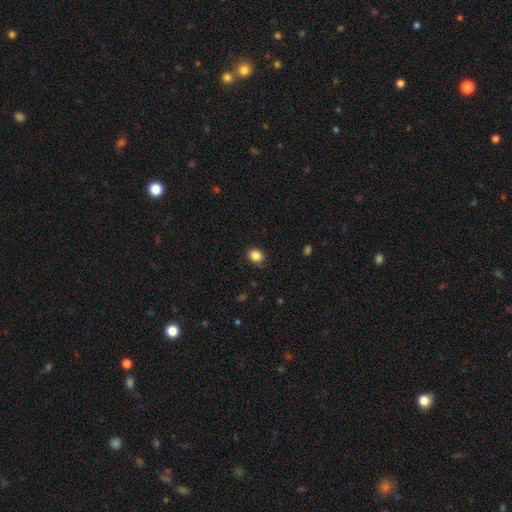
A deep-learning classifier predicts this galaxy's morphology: Smooth or featured: smooth — 86% (star or artifact — 10%)
How rounded: round — 70% (in between — 29%)
Merging: none — 87% (minor disturbance — 9%)